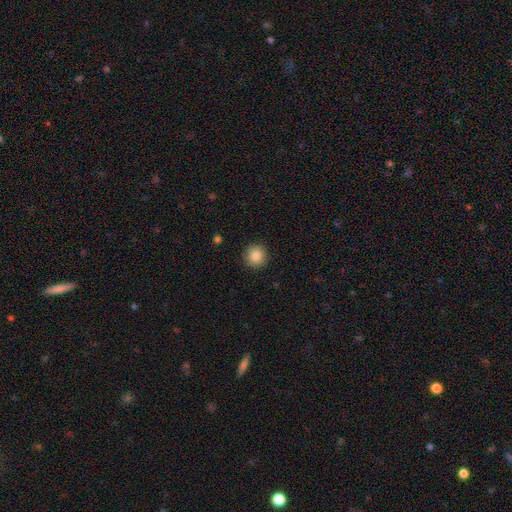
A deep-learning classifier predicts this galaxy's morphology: type=smooth (85%); roundness=round (94%); merging=none (92%).